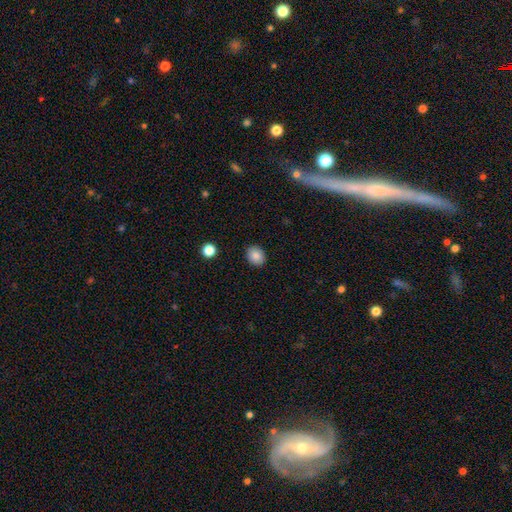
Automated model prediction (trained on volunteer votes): The model was most divided on "how rounded": round: 60%, in between: 39%, cigar-shaped: 1%. More confident: merging — none (89%); smooth or featured — smooth (86%).